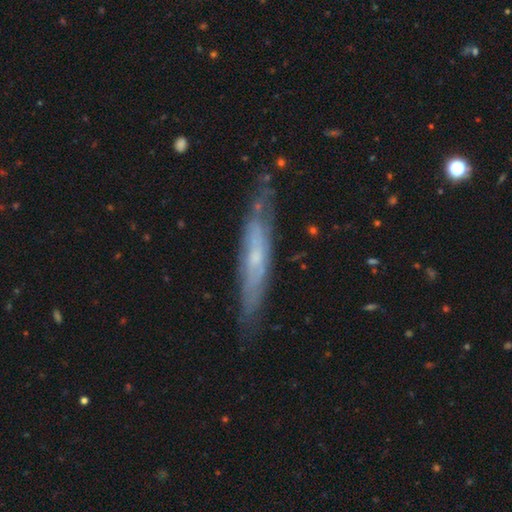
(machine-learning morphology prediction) A featured or disk galaxy (64%) viewed edge-on (69%). Merging: none (77%).